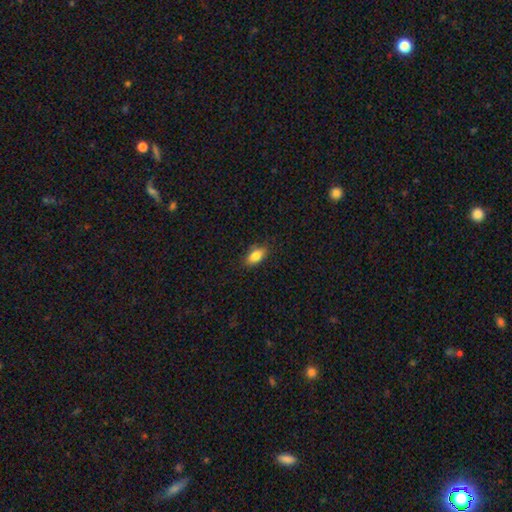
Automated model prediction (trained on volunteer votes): Smooth or featured? smooth (84%)
How rounded? in between (89%)
Merging? none (83%)